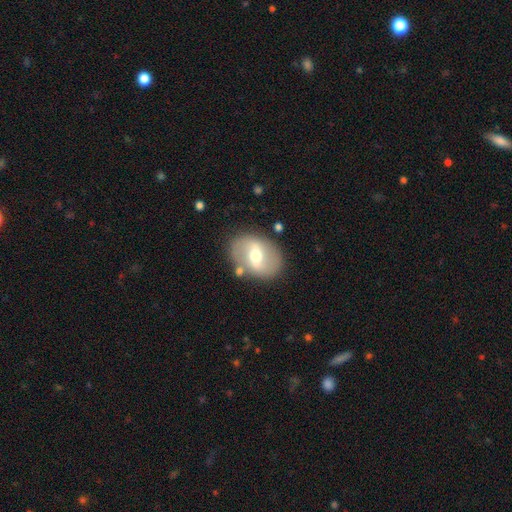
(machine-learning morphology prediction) Overall: featured or disk (64%; smooth 30%). Edge-on disk: no (94%). Bar: weak (45%; strong 38%). Spiral arms: yes (58%; no 42%). Bulge size: moderate (69%). Merging: none (81%).